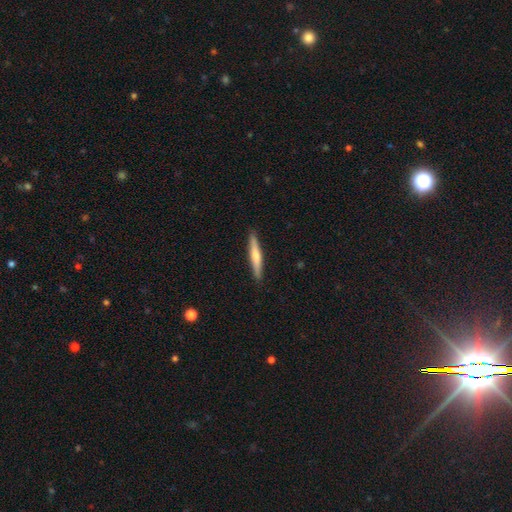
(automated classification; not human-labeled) smooth-or-featured: smooth: 53% | featured or disk: 42% | star or artifact: 5%
  how-rounded: cigar-shaped: 94% | in between: 5% | round: 1%
  merging: none: 91% | minor disturbance: 7% | major disturbance: 1% | merger: 1%